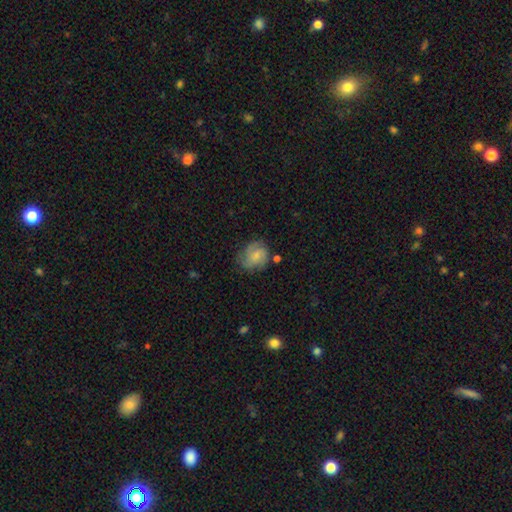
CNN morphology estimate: Q: Smooth or featured?
A: featured or disk (46%); runner-up: smooth (45%)
Q: Merging?
A: none (61%); runner-up: minor disturbance (24%)